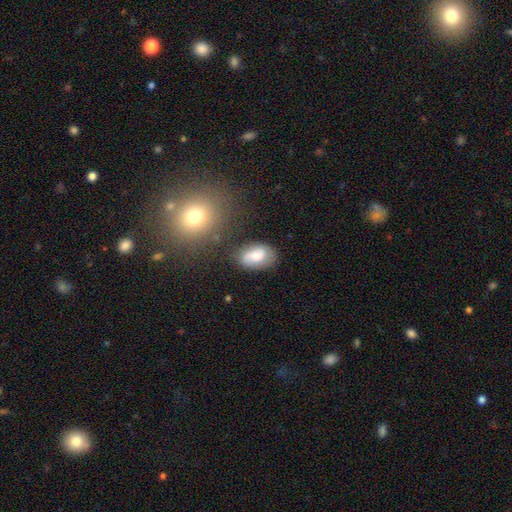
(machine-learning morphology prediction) This is likely a smooth galaxy (61%). How rounded: clearly in between (88%). Merging: likely none (69%).